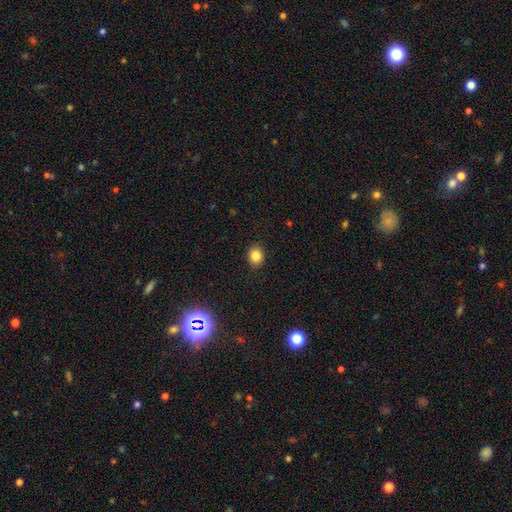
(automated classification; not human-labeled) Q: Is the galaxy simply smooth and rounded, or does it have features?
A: smooth — 84%.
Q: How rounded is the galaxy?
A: round — 66%.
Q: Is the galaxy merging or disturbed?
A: none — 89%.